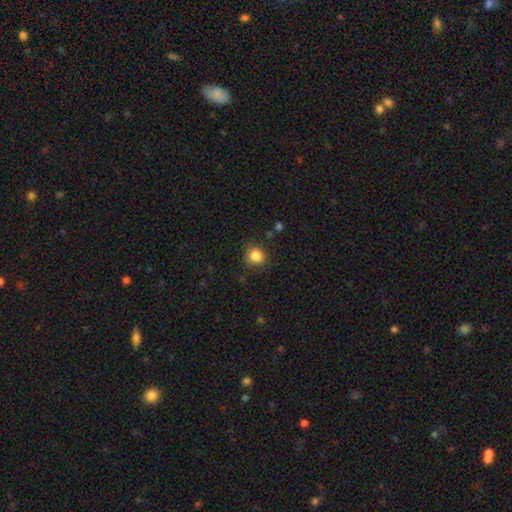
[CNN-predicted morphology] Q: Smooth or featured?
A: smooth (85%); runner-up: star or artifact (10%)
Q: How rounded?
A: round (87%); runner-up: in between (12%)
Q: Merging?
A: none (83%); runner-up: minor disturbance (12%)